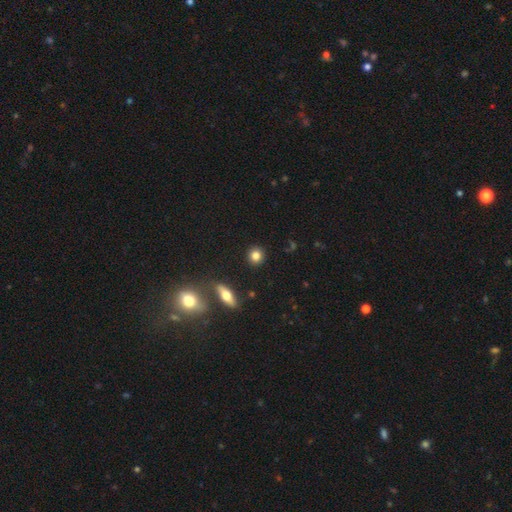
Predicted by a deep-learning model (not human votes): Smooth or featured: smooth — 83% (star or artifact — 9%)
How rounded: round — 90% (in between — 9%)
Merging: none — 91% (minor disturbance — 5%)